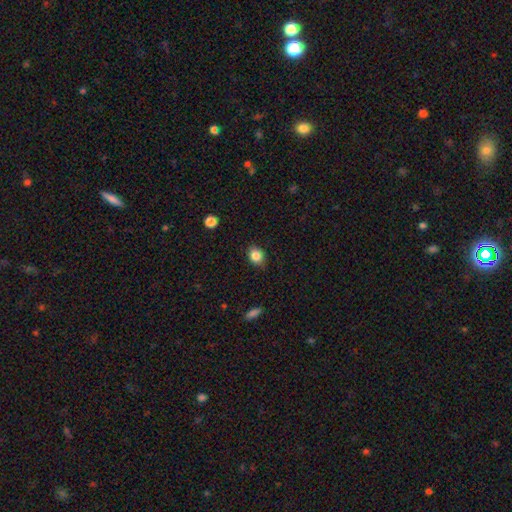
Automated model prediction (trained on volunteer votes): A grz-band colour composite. It shows a smooth galaxy with no disk features (85%) that is in between round and cigar-shaped (51%). Merging: none (84%).